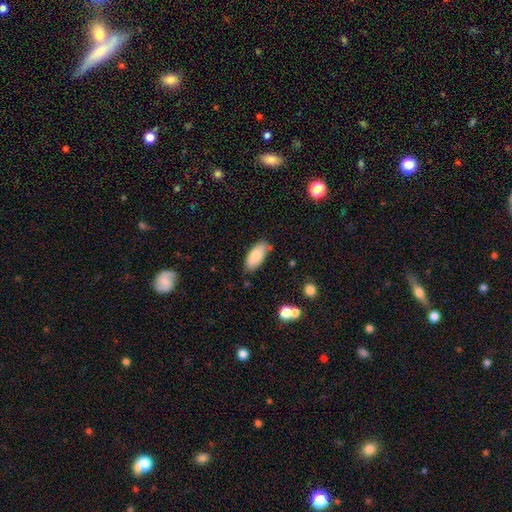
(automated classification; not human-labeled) This appears to be a smooth galaxy with no disk features (82%) that is in between round and cigar-shaped (89%). Merging: none (78%).